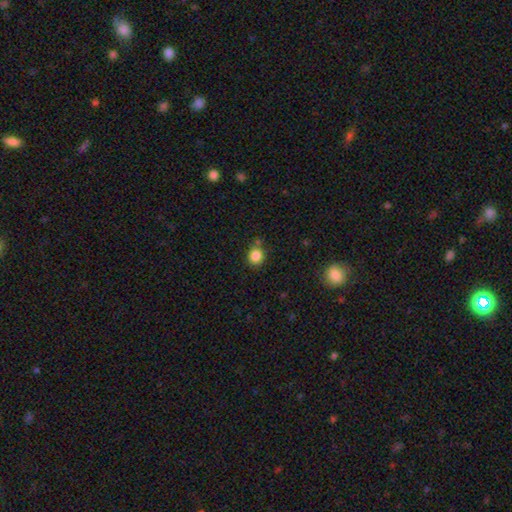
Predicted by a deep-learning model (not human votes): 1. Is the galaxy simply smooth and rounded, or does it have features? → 85% smooth, 11% star or artifact, 4% featured or disk.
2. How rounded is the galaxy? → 77% round, 22% in between, 1% cigar-shaped.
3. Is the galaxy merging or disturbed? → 75% none, 13% minor disturbance, 8% merger, 3% major disturbance.